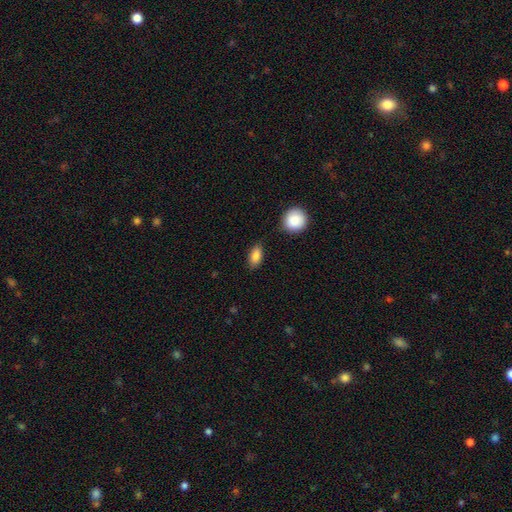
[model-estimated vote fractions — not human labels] smooth_or_featured: smooth (p=0.86) [alt: star or artifact p=0.08]
how_rounded: in between (p=0.87) [alt: round p=0.08]
merging: none (p=0.80) [alt: minor disturbance p=0.13]